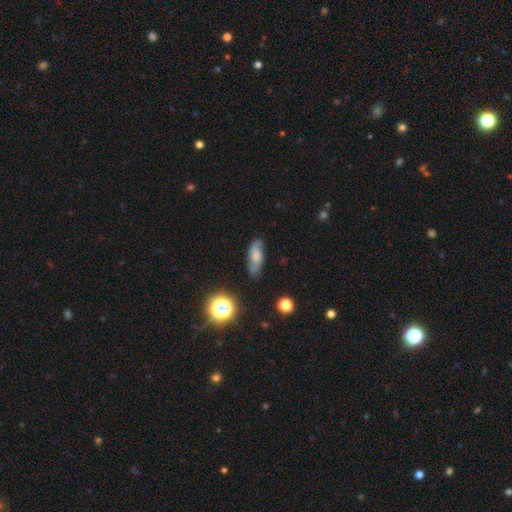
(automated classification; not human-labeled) This is possibly a featured or disk galaxy (55%). It is clearly not viewed edge-on (90%). Merging: likely none (74%).